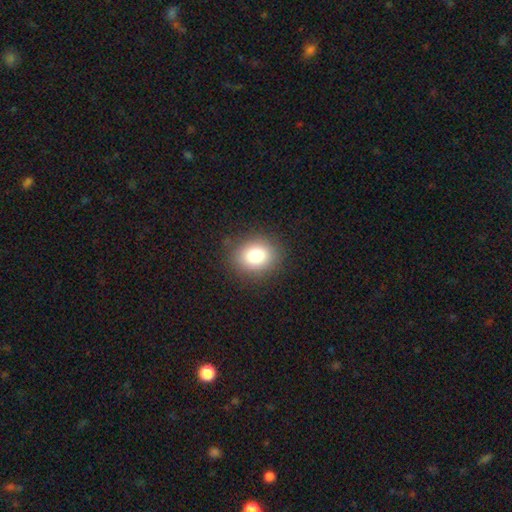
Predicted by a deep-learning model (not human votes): Smooth or featured? Predicted: smooth (p=0.83). How rounded? Predicted: round (p=0.54). Merging? Predicted: none (p=0.87).